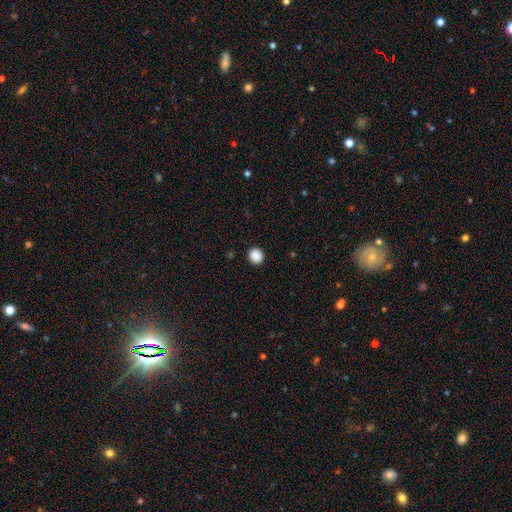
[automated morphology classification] Q: Smooth or featured?
A: smooth (89%); runner-up: star or artifact (9%)
Q: How rounded?
A: round (91%); runner-up: in between (8%)
Q: Merging?
A: none (92%); runner-up: minor disturbance (5%)